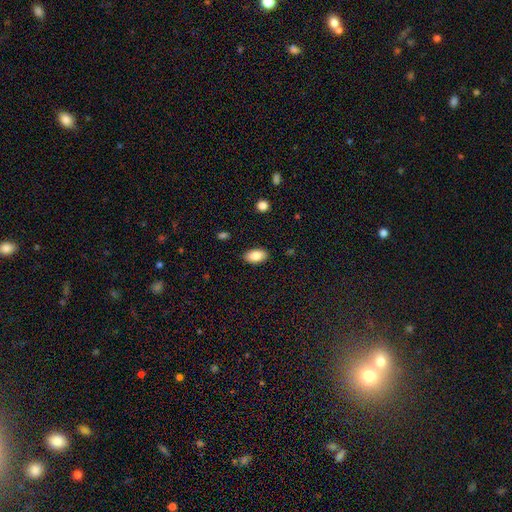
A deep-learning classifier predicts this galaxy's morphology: This is clearly a smooth galaxy (84%). How rounded: clearly in between (94%). Merging: clearly none (88%).